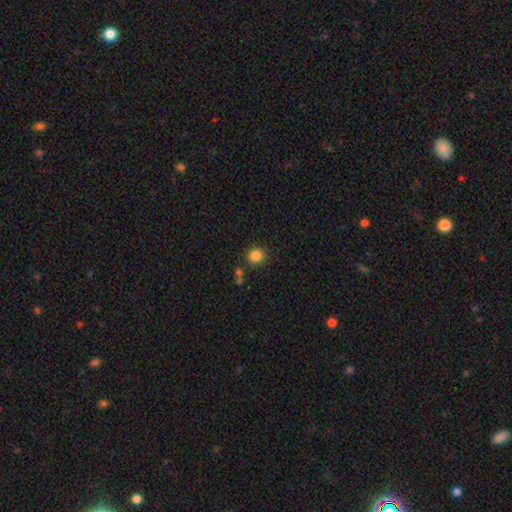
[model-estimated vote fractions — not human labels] This appears to be a smooth galaxy with no disk features (85%) that is round (86%). Merging: none (82%).